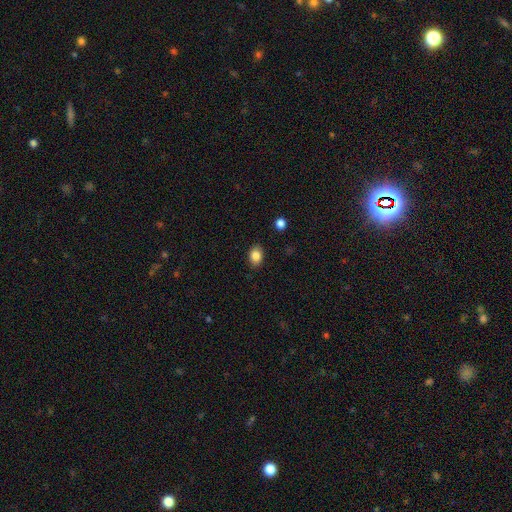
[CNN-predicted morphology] Smooth or featured? smooth (86%)
How rounded? in between (75%)
Merging? none (87%)